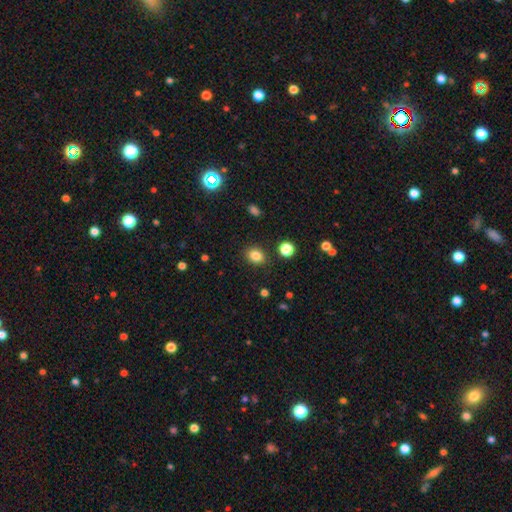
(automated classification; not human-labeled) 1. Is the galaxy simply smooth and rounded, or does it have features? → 83% smooth, 12% star or artifact, 5% featured or disk.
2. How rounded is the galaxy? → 53% round, 46% in between, 1% cigar-shaped.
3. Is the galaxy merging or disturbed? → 87% none, 8% minor disturbance, 3% major disturbance, 2% merger.